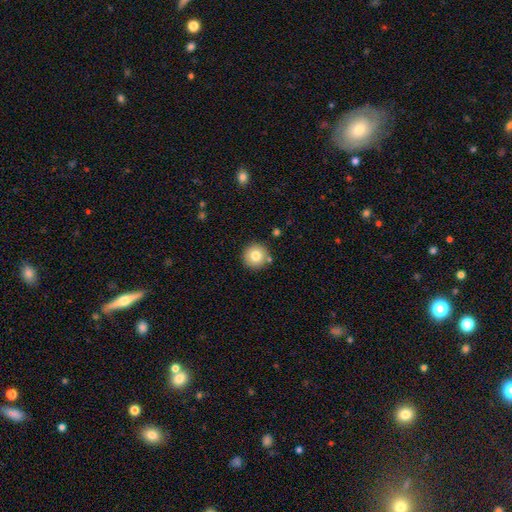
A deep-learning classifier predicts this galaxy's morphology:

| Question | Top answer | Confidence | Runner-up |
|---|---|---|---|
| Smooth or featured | smooth | 79% | featured or disk (11%) |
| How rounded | round | 95% | in between (4%) |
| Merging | none | 84% | minor disturbance (8%) |